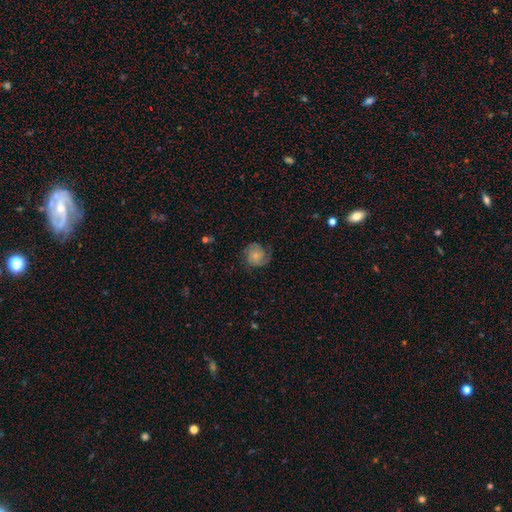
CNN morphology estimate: Overall: featured or disk (59%; smooth 33%). Edge-on disk: no (98%). Bar: no (80%). Spiral arms: yes (92%). Spiral arm count: 2 (43%; 3 22%). Spiral winding: tight (46%; medium 39%). Bulge size: small (65%). Merging: none (69%).